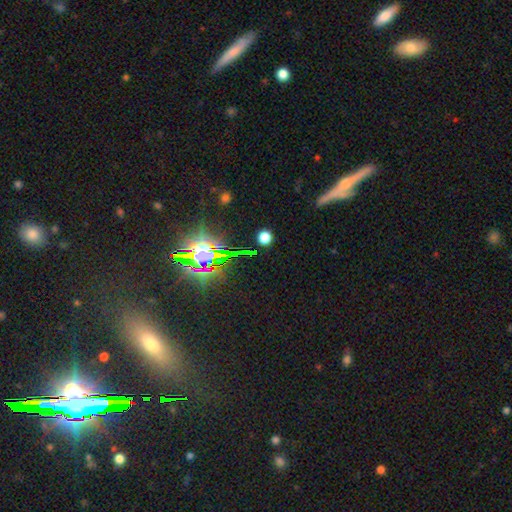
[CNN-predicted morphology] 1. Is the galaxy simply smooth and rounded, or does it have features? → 63% star or artifact, 19% featured or disk, 18% smooth.